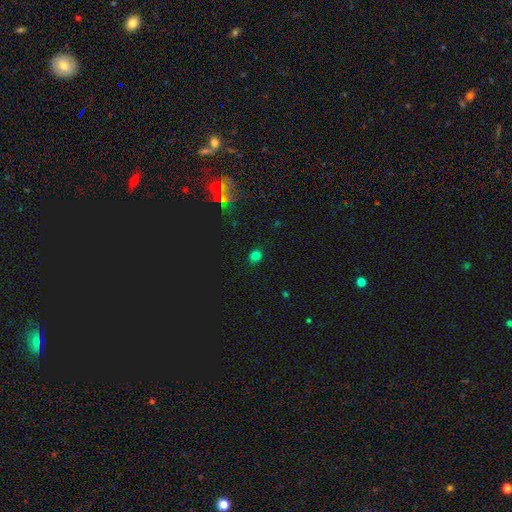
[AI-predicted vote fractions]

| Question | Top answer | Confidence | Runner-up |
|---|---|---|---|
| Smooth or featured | smooth | 73% | star or artifact (22%) |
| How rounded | round | 72% | in between (27%) |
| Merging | none | 88% | minor disturbance (8%) |